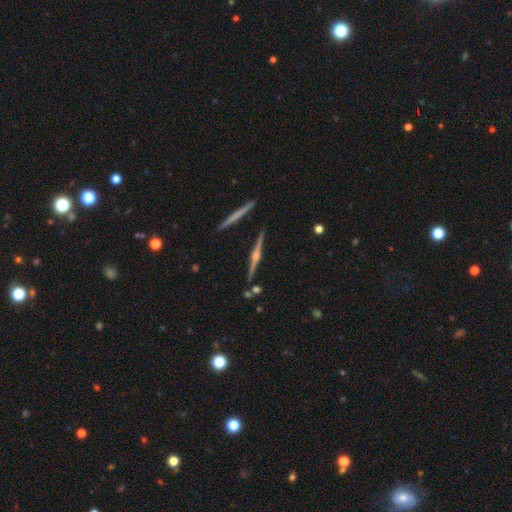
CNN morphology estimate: Q: Smooth or featured?
A: featured or disk (86%); runner-up: smooth (9%)
Q: Edge-on disk?
A: yes (99%); runner-up: no (1%)
Q: Edge-on bulge?
A: rounded (90%); runner-up: boxy (5%)
Q: Merging?
A: none (89%); runner-up: minor disturbance (6%)